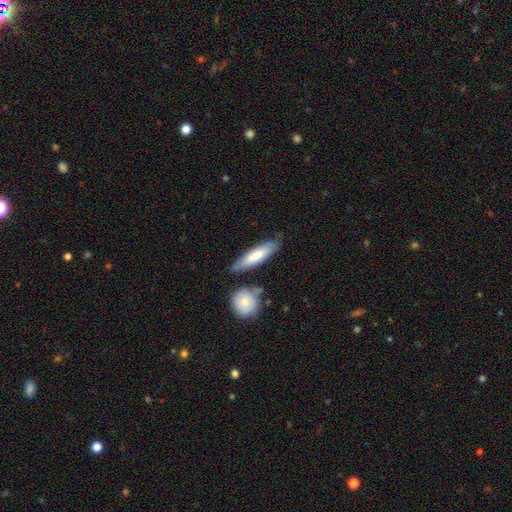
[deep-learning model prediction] Overall: smooth (67%; featured or disk 27%). How rounded: cigar-shaped (68%; in between 29%). Merging: none (73%).